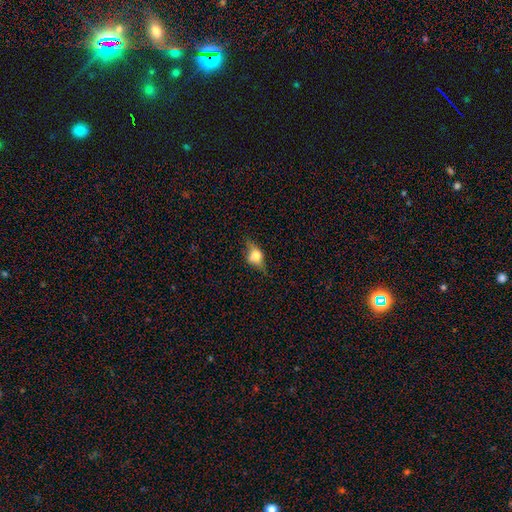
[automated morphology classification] The model was most divided on "smooth or featured": smooth: 49%, featured or disk: 40%, star or artifact: 11%. More confident: merging — none (69%).